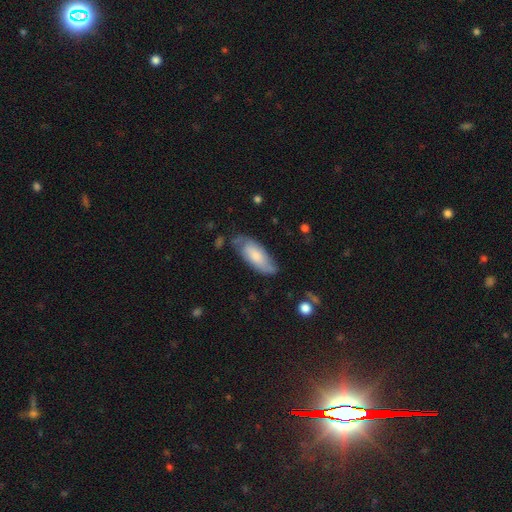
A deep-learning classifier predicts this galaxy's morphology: Smooth or featured: smooth — 65% (featured or disk — 29%)
How rounded: in between — 80% (cigar-shaped — 19%)
Merging: none — 63% (minor disturbance — 27%)